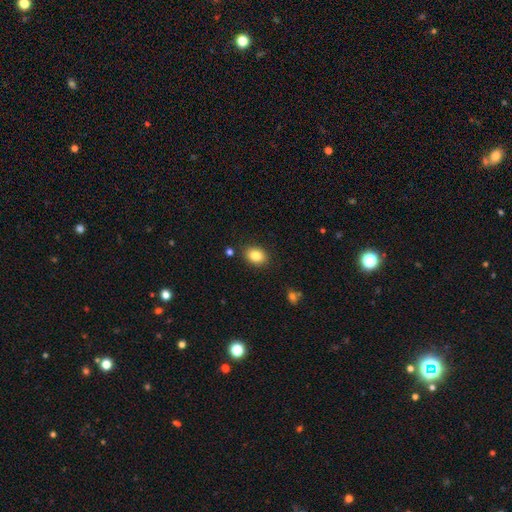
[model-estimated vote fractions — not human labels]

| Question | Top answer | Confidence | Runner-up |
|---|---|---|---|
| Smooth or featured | smooth | 85% | star or artifact (9%) |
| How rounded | in between | 72% | round (27%) |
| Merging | none | 85% | minor disturbance (10%) |